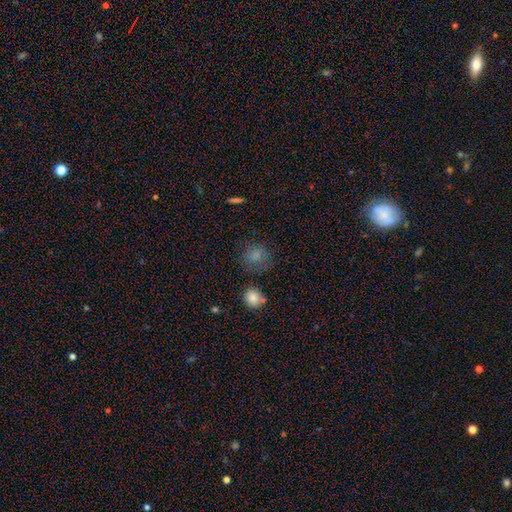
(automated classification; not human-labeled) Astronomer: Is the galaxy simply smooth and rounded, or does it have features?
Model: smooth — 78%.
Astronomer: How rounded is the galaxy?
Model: round — 85%.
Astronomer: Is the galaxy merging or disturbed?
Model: none — 69%.